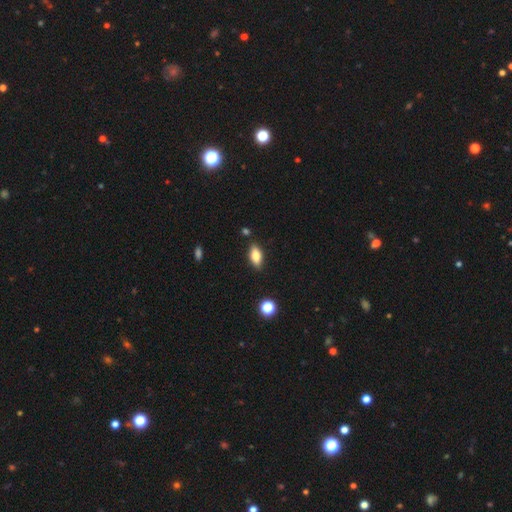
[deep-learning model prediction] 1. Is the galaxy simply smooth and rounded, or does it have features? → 77% smooth, 15% featured or disk, 8% star or artifact.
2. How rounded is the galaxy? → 85% in between, 11% cigar-shaped, 4% round.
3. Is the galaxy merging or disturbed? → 84% none, 11% minor disturbance, 3% merger, 2% major disturbance.